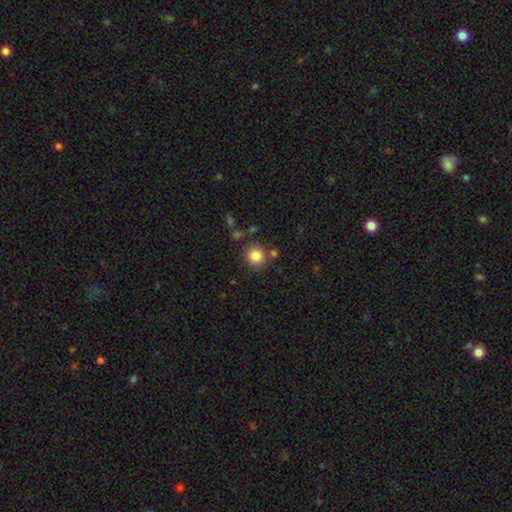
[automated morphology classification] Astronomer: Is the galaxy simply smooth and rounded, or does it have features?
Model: smooth — 85%.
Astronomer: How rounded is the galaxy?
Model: round — 93%.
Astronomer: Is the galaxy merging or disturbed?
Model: none — 79%.